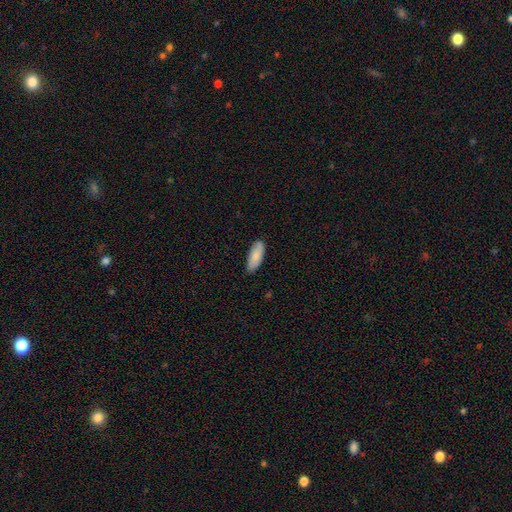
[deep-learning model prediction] smooth 87%, featured or disk 8%, star or artifact 6%. Down the decision tree: how rounded — in between (74%); merging — none (83%).